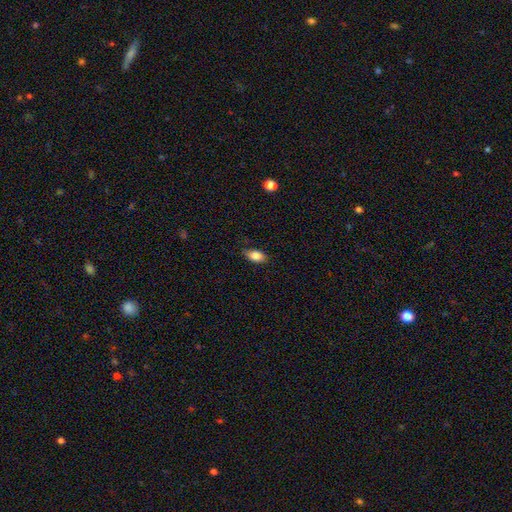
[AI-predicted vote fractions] smooth 85%, star or artifact 8%, featured or disk 7%. Down the decision tree: how rounded — in between (89%); merging — none (78%).